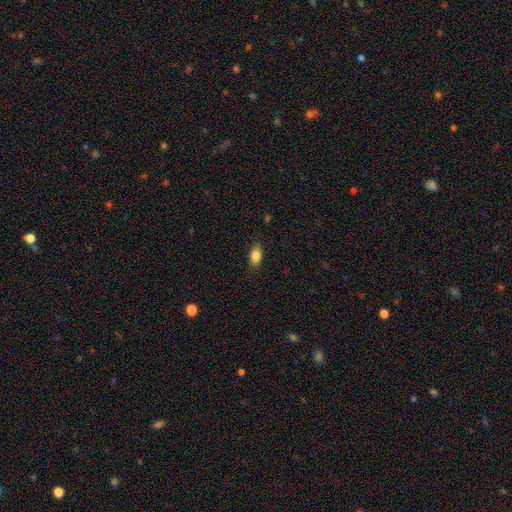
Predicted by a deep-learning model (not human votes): The model was most divided on "merging": none: 85%, minor disturbance: 11%, major disturbance: 3%, merger: 1%. More confident: how rounded — in between (88%); smooth or featured — smooth (85%).